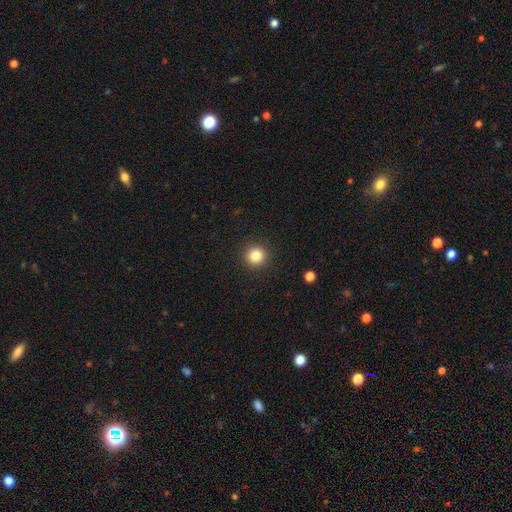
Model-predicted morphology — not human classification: type=smooth (84%); roundness=round (95%); merging=none (92%).